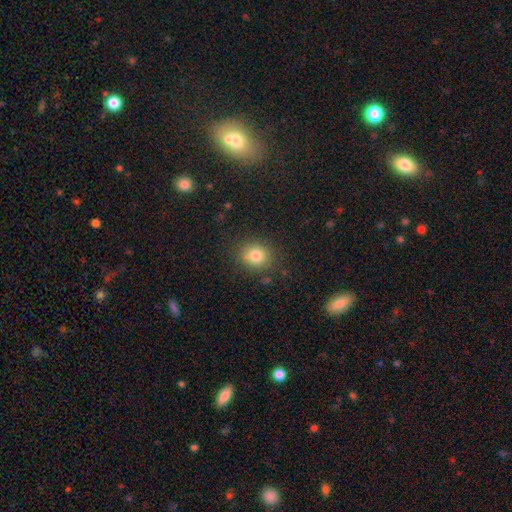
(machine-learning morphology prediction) Smooth or featured? Predicted: smooth (p=0.80). How rounded? Predicted: round (p=0.76). Merging? Predicted: none (p=0.82).